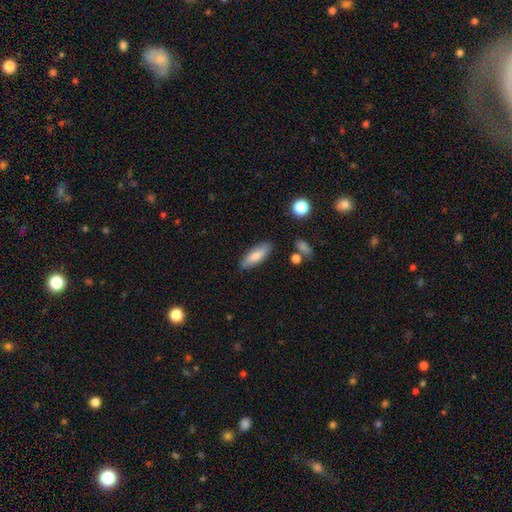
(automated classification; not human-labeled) Overall: smooth (79%). How rounded: in between (61%; cigar-shaped 37%). Merging: none (84%).